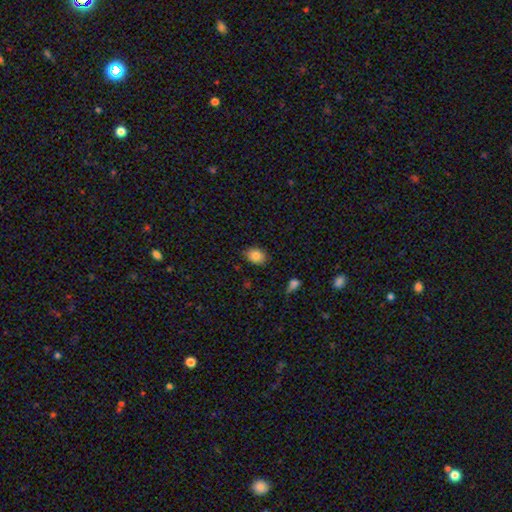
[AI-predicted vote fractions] Smooth or featured?
  - smooth: 84% *
  - star or artifact: 9%
  - featured or disk: 7%
How rounded?
  - in between: 61% *
  - round: 38%
  - cigar-shaped: 1%
Merging?
  - none: 83% *
  - minor disturbance: 13%
  - major disturbance: 3%
  - merger: 2%